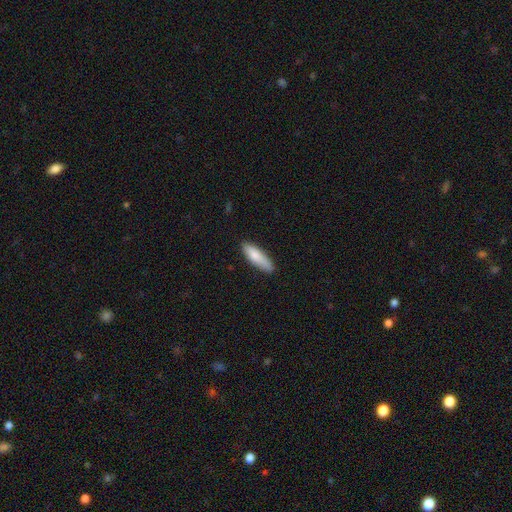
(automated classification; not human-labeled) Morphology: type=smooth (82%); roundness=cigar-shaped (57%); merging=none (82%).